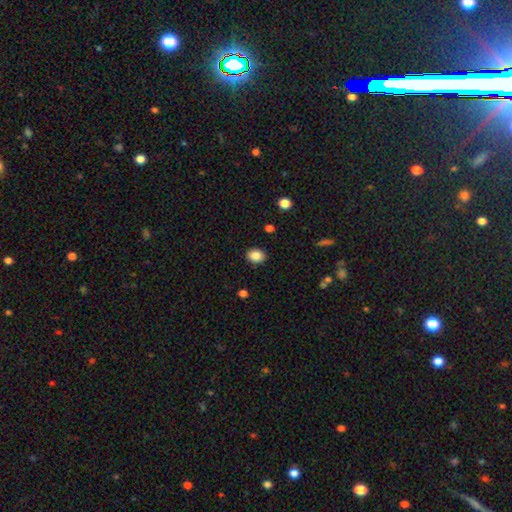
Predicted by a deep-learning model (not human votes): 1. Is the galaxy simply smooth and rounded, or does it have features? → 87% smooth, 9% star or artifact, 4% featured or disk.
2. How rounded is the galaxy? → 54% in between, 45% round, 1% cigar-shaped.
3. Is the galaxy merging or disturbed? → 89% none, 8% minor disturbance, 2% major disturbance, 1% merger.